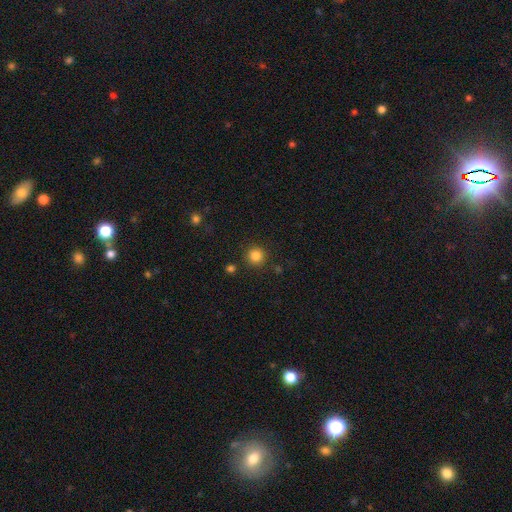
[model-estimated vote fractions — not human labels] Smooth or featured? smooth (84%)
How rounded? round (95%)
Merging? none (89%)